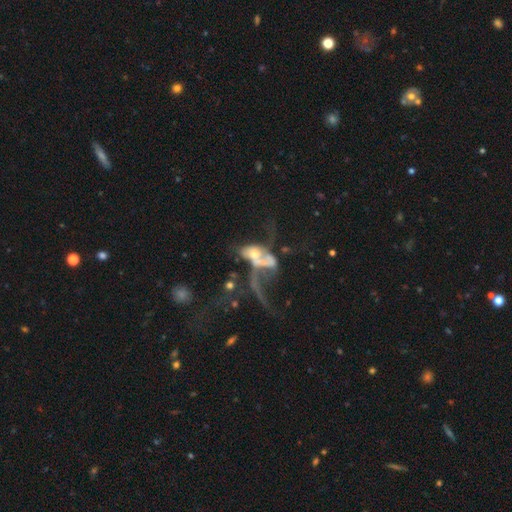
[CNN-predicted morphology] A featured or disk galaxy (61%) with no bar (74%), no spiral arms (56%) and a moderate central bulge (44%).

Vote fractions:
- Smooth or featured? featured or disk: 61% / smooth: 28% / star or artifact: 11%
- Edge-on disk? no: 94% / yes: 6%
- Bar? no: 74% / weak: 18% / strong: 7%
- Spiral arms? no: 56% / yes: 44%
- Bulge size? moderate: 44% / small: 30% / none: 13% / large: 9% / dominant: 3%
- Merging? merger: 54% / major disturbance: 31% / none: 9% / minor disturbance: 5%